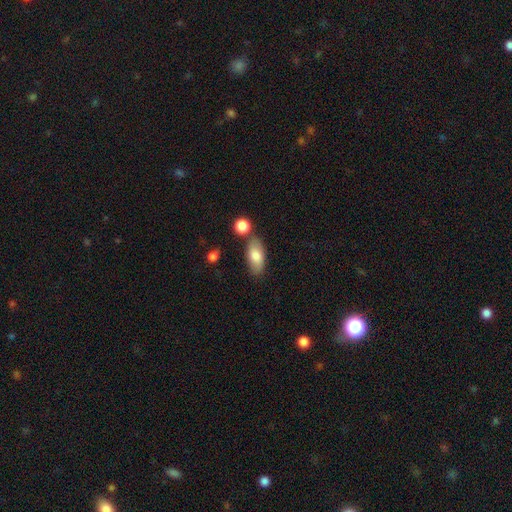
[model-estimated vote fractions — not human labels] Overall: smooth (78%). How rounded: in between (89%). Merging: none (72%).